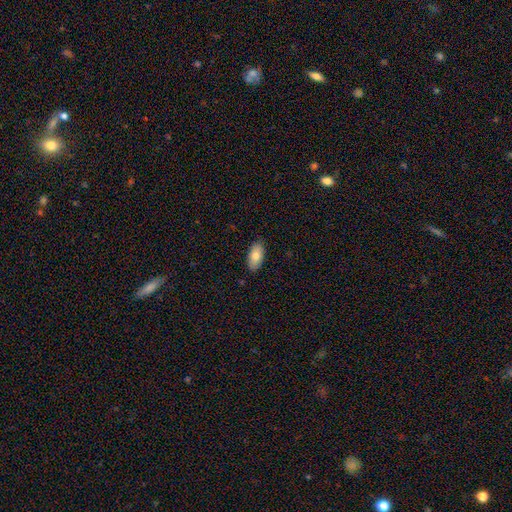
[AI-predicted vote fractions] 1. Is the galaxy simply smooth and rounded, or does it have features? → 77% smooth, 16% featured or disk, 6% star or artifact.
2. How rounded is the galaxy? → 93% in between, 5% cigar-shaped, 3% round.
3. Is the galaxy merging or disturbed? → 87% none, 10% minor disturbance, 2% major disturbance, 1% merger.